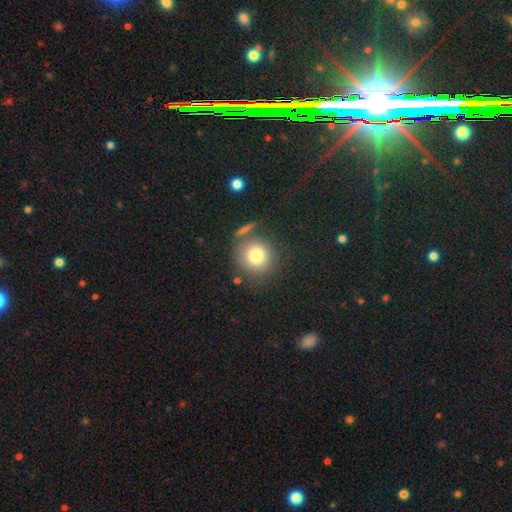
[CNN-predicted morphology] type=smooth (79%); roundness=round (91%); merging=none (75%).